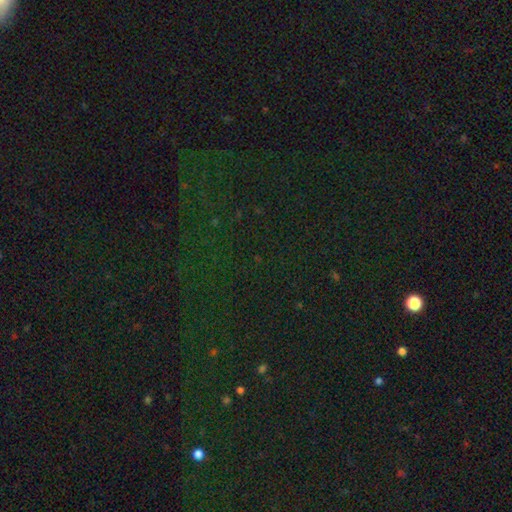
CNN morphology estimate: A star or artifact, not a galaxy (79%).

Vote fractions:
- Smooth or featured? star or artifact: 79% / smooth: 13% / featured or disk: 8%